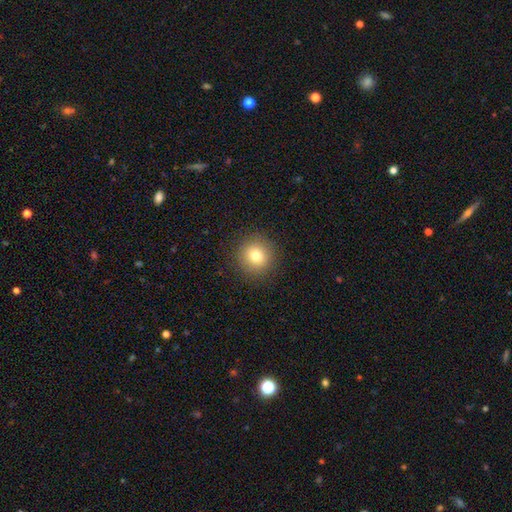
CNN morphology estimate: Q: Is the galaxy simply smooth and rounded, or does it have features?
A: smooth — 79%.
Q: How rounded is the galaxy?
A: round — 93%.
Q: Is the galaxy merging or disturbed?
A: none — 91%.